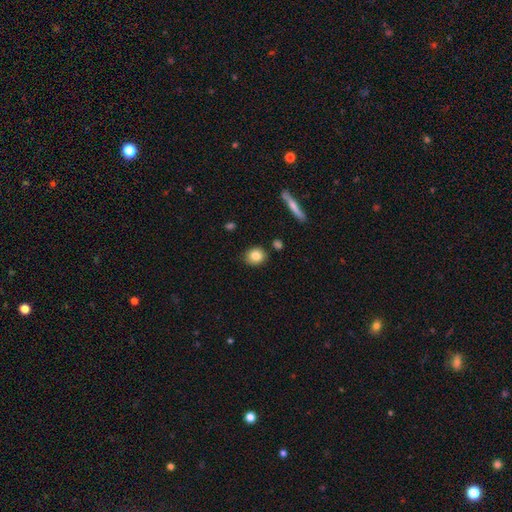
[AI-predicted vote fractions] Smooth or featured: smooth — 82% (featured or disk — 9%)
How rounded: round — 66% (in between — 32%)
Merging: none — 84% (minor disturbance — 10%)